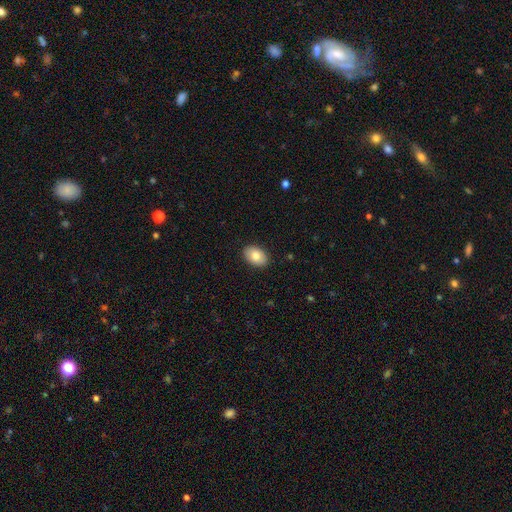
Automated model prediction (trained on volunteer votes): This appears to be a smooth galaxy with no disk features (81%) that is in between round and cigar-shaped (87%). Merging: none (89%).